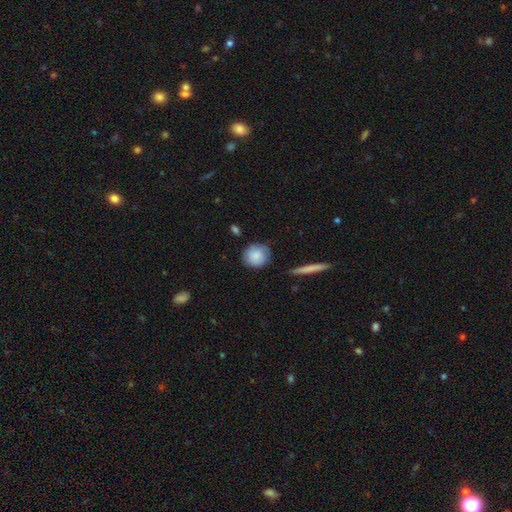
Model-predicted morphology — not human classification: The model was most divided on "merging": none: 75%, minor disturbance: 19%, major disturbance: 4%, merger: 3%. More confident: how rounded — round (86%); smooth or featured — smooth (83%).